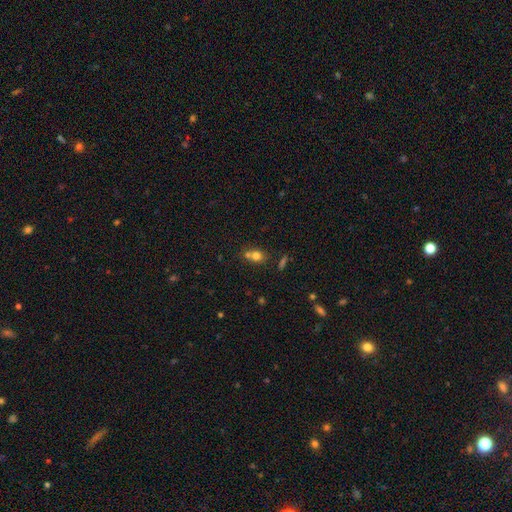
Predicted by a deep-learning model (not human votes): Smooth or featured: smooth — 74% (star or artifact — 14%)
How rounded: round — 61% (in between — 37%)
Merging: none — 45% (merger — 41%)